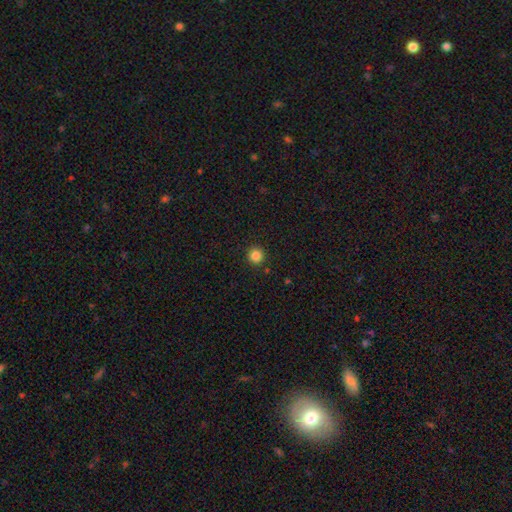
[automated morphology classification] Q: Smooth or featured?
A: smooth (85%); runner-up: star or artifact (11%)
Q: How rounded?
A: round (95%); runner-up: in between (4%)
Q: Merging?
A: none (92%); runner-up: minor disturbance (5%)